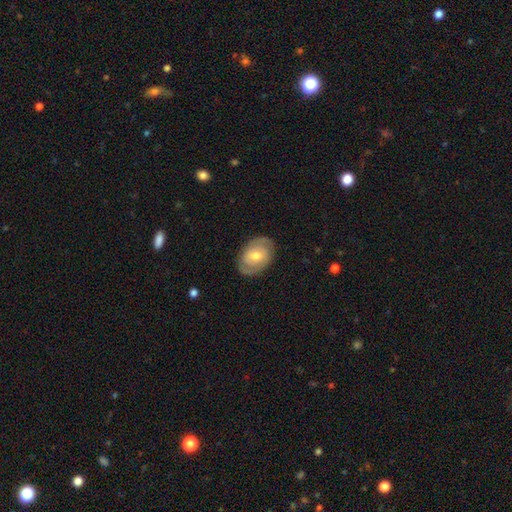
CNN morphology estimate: This appears to be a featured or disk galaxy (59%) with no bar (54%), spiral arms (69%) and a moderate central bulge (66%). Merging: none (81%).